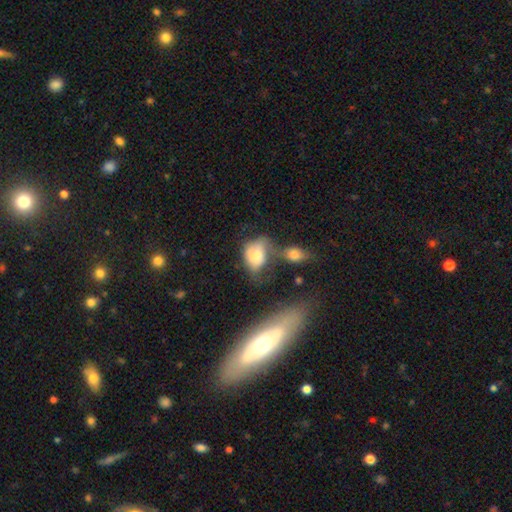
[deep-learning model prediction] Morphology: type=smooth (65%); roundness=in between (74%); merging=merger (38%).